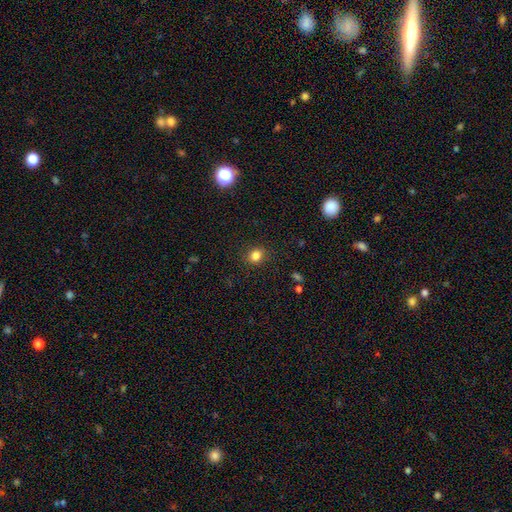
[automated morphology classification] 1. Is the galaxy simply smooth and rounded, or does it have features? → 83% smooth, 12% star or artifact, 5% featured or disk.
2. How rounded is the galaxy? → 66% round, 33% in between, 1% cigar-shaped.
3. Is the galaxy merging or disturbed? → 87% none, 9% minor disturbance, 3% major disturbance, 1% merger.